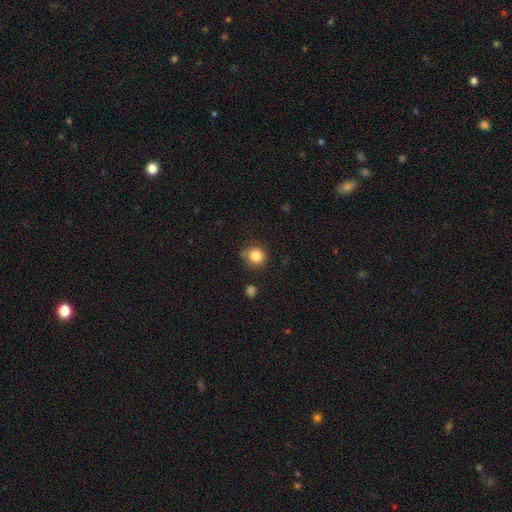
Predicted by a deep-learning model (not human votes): smooth-or-featured: smooth: 84% | star or artifact: 11% | featured or disk: 5%
  how-rounded: round: 88% | in between: 12% | cigar-shaped: 1%
  merging: none: 73% | minor disturbance: 19% | major disturbance: 4% | merger: 3%